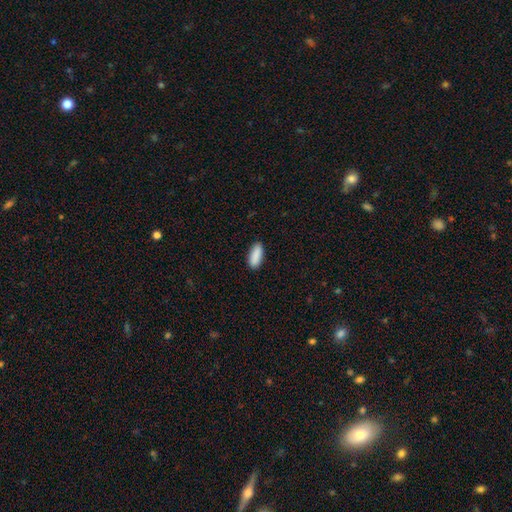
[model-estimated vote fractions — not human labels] Overall: smooth (90%). How rounded: in between (76%). Merging: none (89%).